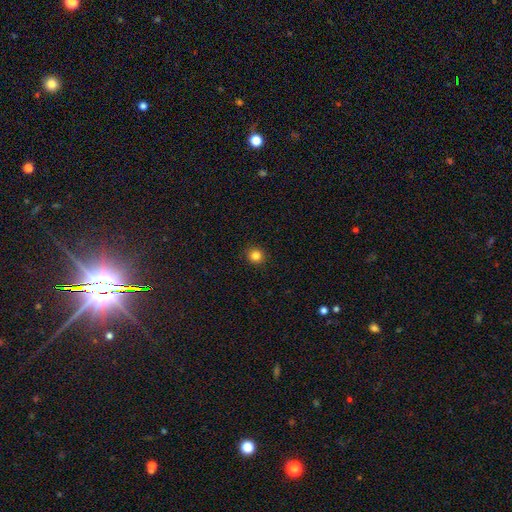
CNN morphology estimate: Smooth or featured? Predicted: smooth (p=0.83). How rounded? Predicted: round (p=0.93). Merging? Predicted: none (p=0.92).